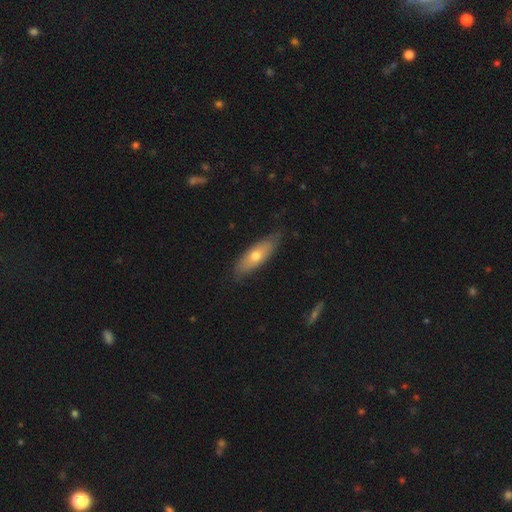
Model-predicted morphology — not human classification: Overall: smooth (59%; featured or disk 35%). How rounded: in between (58%; cigar-shaped 39%). Merging: none (79%).